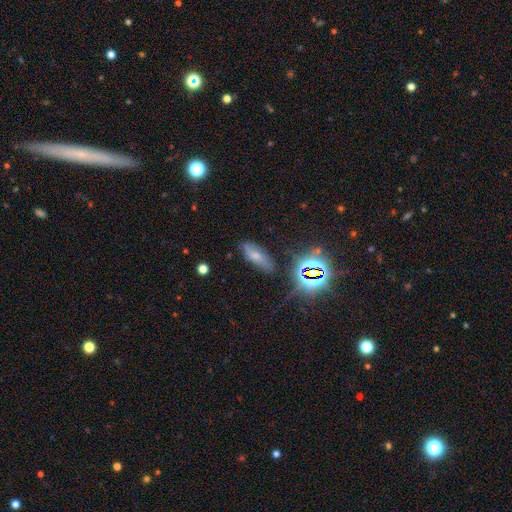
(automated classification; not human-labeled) This appears to be a smooth galaxy with no disk features (58%) that is in between round and cigar-shaped (68%). Merging: none (71%).